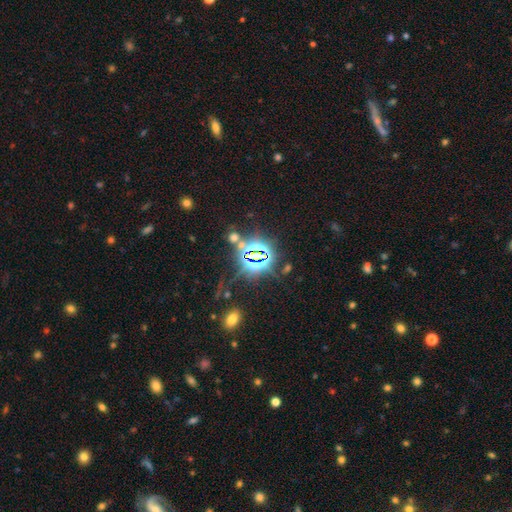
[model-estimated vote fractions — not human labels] A star or artifact, not a galaxy (80%).

Vote fractions:
- Smooth or featured? star or artifact: 80% / smooth: 12% / featured or disk: 8%